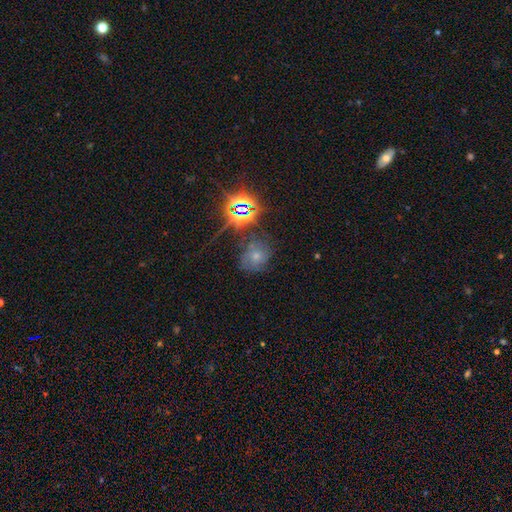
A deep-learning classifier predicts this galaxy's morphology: Overall: smooth (41%; star or artifact 33%). Merging: none (63%).